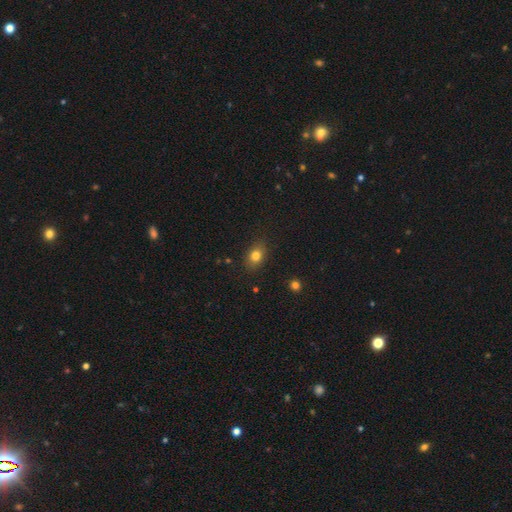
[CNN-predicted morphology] A smooth galaxy with no disk features (80%) that is in between round and cigar-shaped (70%).

Vote fractions:
- Smooth or featured? smooth: 80% / star or artifact: 11% / featured or disk: 9%
- How rounded? in between: 70% / round: 28% / cigar-shaped: 2%
- Merging? none: 85% / minor disturbance: 11% / major disturbance: 3% / merger: 1%